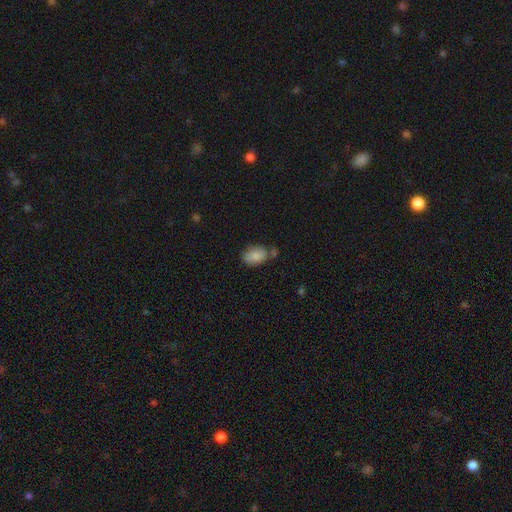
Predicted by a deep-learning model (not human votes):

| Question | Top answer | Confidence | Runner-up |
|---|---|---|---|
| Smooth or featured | smooth | 85% | star or artifact (7%) |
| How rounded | in between | 86% | round (13%) |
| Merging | none | 59% | minor disturbance (22%) |